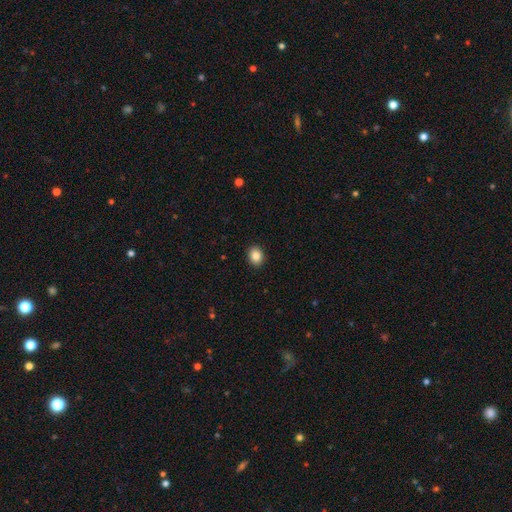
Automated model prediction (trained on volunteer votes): Smooth or featured? smooth (86%)
How rounded? round (50%)
Merging? none (92%)